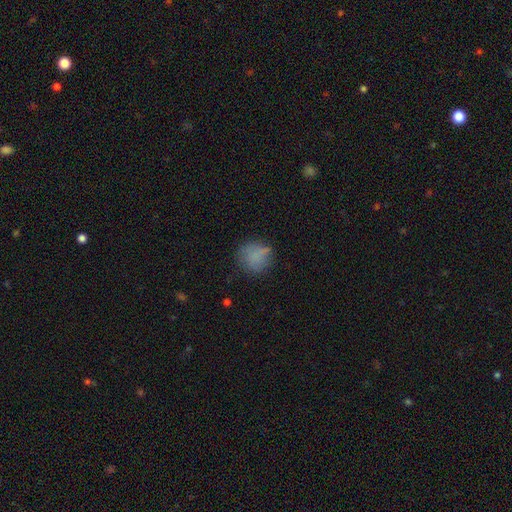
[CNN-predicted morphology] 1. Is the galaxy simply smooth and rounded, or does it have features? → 76% smooth, 12% star or artifact, 12% featured or disk.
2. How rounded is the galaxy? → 83% round, 16% in between, 1% cigar-shaped.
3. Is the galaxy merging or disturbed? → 64% none, 22% minor disturbance, 10% major disturbance, 3% merger.